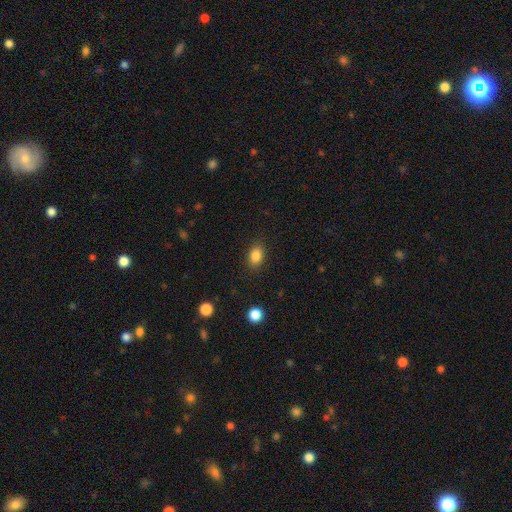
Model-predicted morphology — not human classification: The model was most divided on "how rounded": in between: 77%, round: 21%, cigar-shaped: 2%. More confident: smooth or featured — smooth (86%); merging — none (86%).